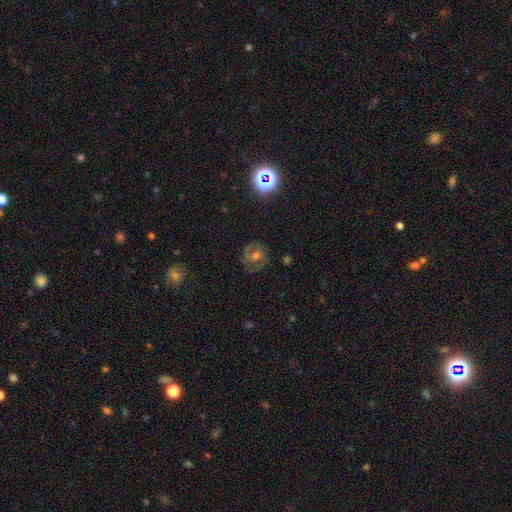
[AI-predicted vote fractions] featured or disk 66%, smooth 18%, star or artifact 16%. Down the decision tree: edge-on disk — no (97%); bar — no (44%); spiral arms — yes (89%); spiral arm count — 2 (66%); spiral winding — tight (47%); bulge size — moderate (64%); merging — none (78%).